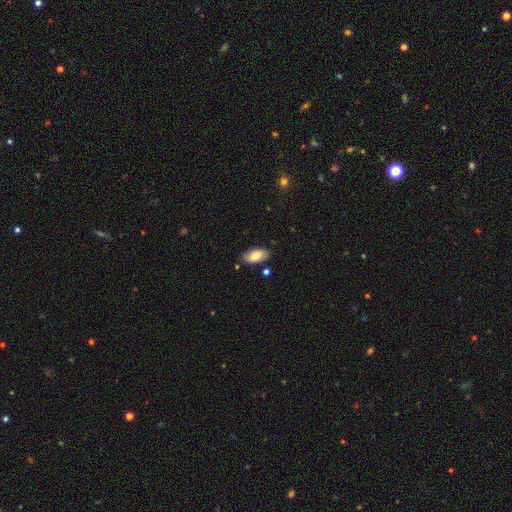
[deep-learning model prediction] Smooth or featured: smooth — 82% (featured or disk — 11%)
How rounded: in between — 94% (cigar-shaped — 4%)
Merging: none — 83% (minor disturbance — 12%)